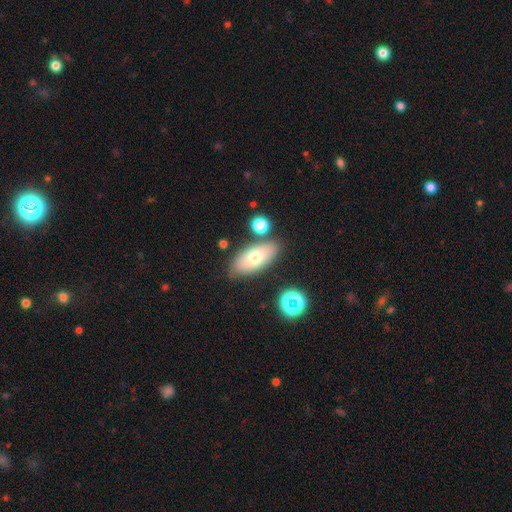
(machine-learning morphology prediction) Smooth or featured? smooth (65%)
How rounded? in between (85%)
Merging? none (80%)